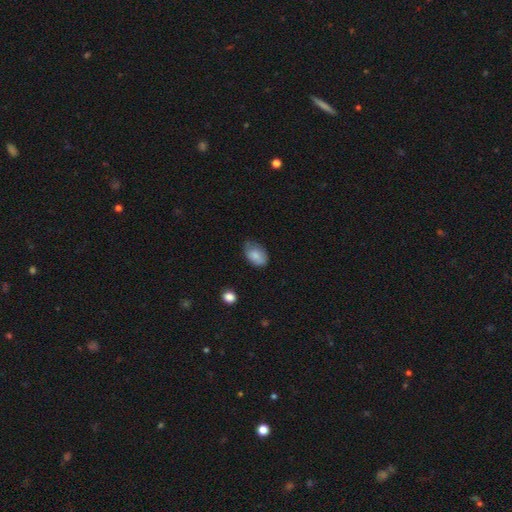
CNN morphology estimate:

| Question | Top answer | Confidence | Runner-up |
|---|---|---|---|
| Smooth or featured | smooth | 80% | featured or disk (12%) |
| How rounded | in between | 88% | round (11%) |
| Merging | none | 55% | minor disturbance (36%) |